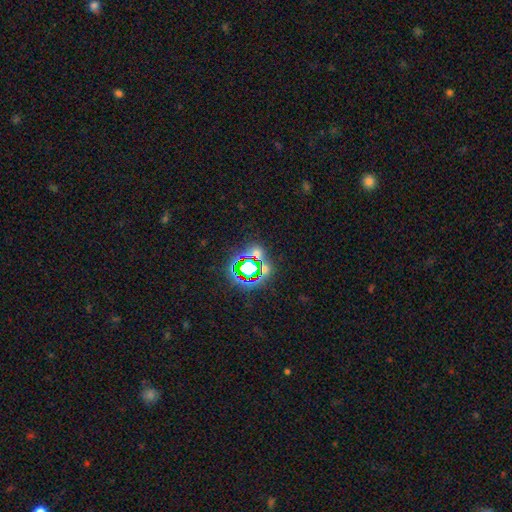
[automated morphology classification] Smooth or featured? Predicted: star or artifact (p=0.74).